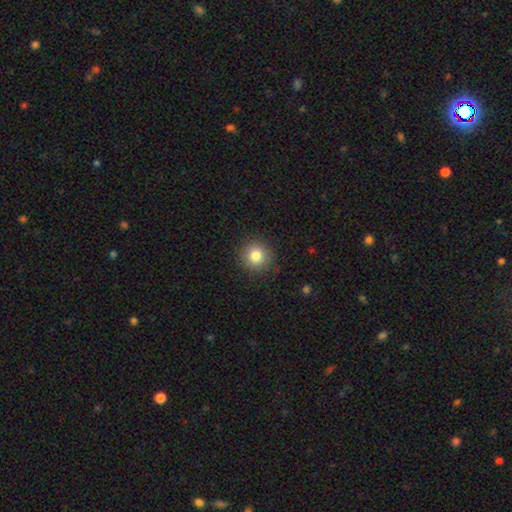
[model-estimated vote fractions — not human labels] Overall: smooth (81%). How rounded: round (92%). Merging: none (89%).